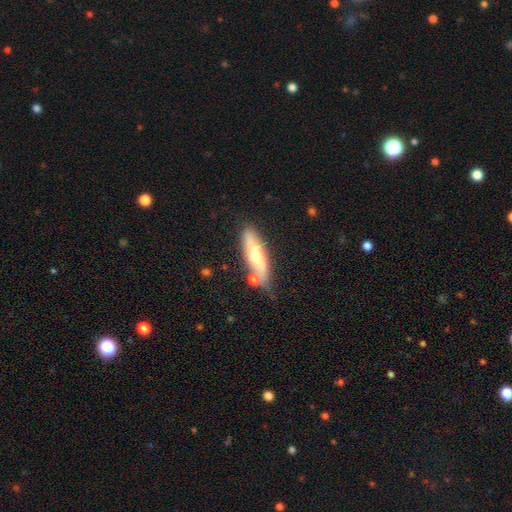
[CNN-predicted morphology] A smooth galaxy with no disk features (51%) that is cigar-shaped (60%). Merging: none (63%).